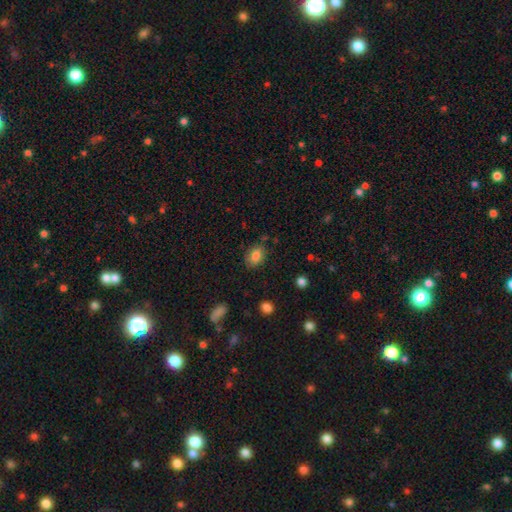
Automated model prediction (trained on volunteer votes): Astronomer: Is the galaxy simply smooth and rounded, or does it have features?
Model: smooth — 82%.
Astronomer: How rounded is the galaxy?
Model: in between — 71%.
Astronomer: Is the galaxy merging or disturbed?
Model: none — 80%.